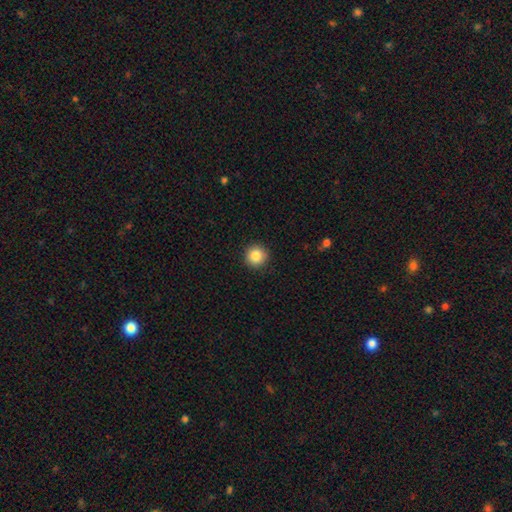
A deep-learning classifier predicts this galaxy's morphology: The model was most divided on "smooth or featured": smooth: 86%, star or artifact: 10%, featured or disk: 5%. More confident: how rounded — round (95%); merging — none (92%).